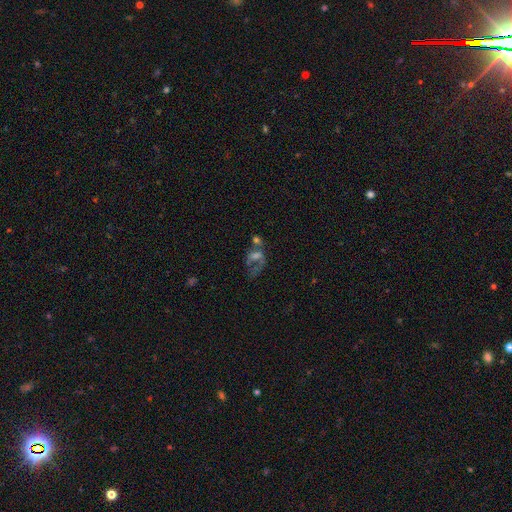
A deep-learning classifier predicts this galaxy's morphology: Smooth or featured: featured or disk — 50% (smooth — 27%)
Edge-on disk: no — 95% (yes — 5%)
Merging: major disturbance — 34% (merger — 28%)